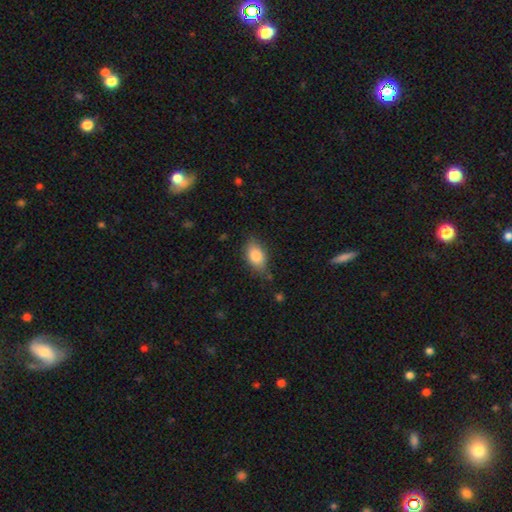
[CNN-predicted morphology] Smooth or featured? Predicted: smooth (p=0.83). How rounded? Predicted: in between (p=0.89). Merging? Predicted: none (p=0.73).